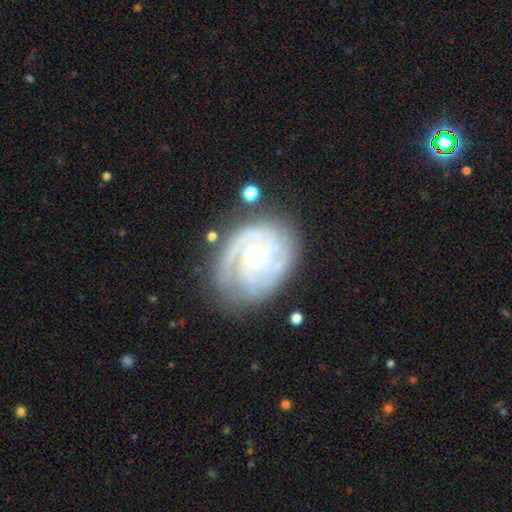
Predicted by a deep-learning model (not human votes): This is clearly a featured or disk galaxy (89%). It is clearly not viewed edge-on (97%). Bar: likely no (69%). Spiral arm pattern: clearly yes (97%). Spiral arm count: marginally 3 (35%). Spiral winding: likely tight (71%). Central bulge: possibly moderate (58%). Merging: likely none (75%).